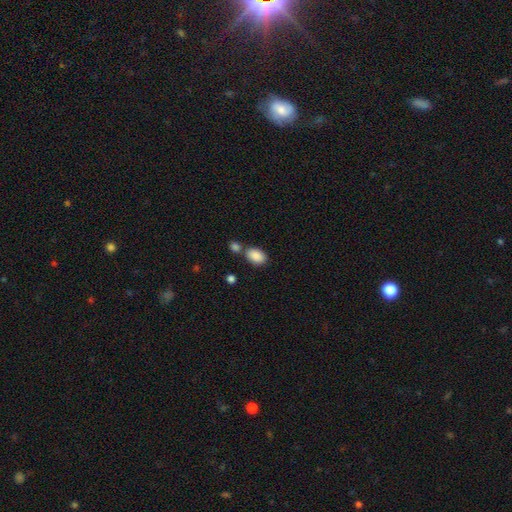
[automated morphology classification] A smooth galaxy with no disk features (88%) that is in between round and cigar-shaped (88%).

Vote fractions:
- Smooth or featured? smooth: 88% / star or artifact: 7% / featured or disk: 4%
- How rounded? in between: 88% / round: 11% / cigar-shaped: 1%
- Merging? none: 58% / merger: 26% / minor disturbance: 12% / major disturbance: 4%